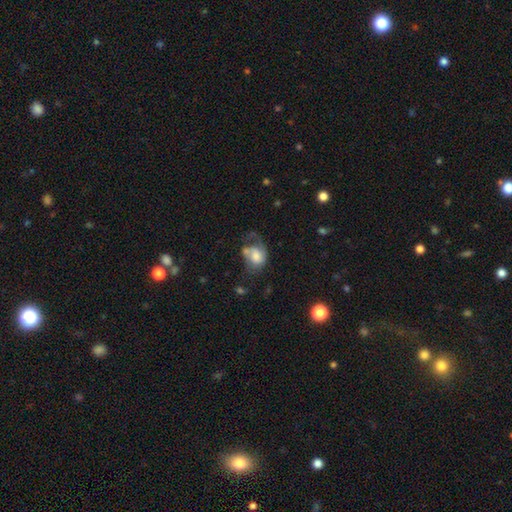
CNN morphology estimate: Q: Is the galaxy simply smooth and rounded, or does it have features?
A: smooth — 55%.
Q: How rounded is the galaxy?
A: in between — 59%.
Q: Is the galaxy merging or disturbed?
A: major disturbance — 38%.